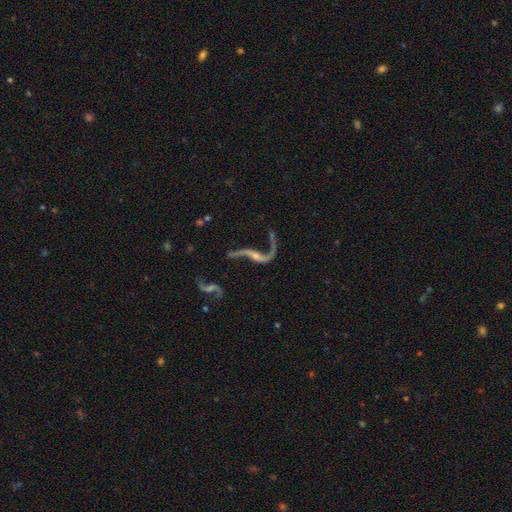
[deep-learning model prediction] Q: Smooth or featured?
A: featured or disk (87%); runner-up: star or artifact (8%)
Q: Edge-on disk?
A: no (90%); runner-up: yes (10%)
Q: Bar?
A: no (50%); runner-up: weak (28%)
Q: Spiral arms?
A: yes (94%); runner-up: no (6%)
Q: Spiral winding?
A: loose (93%); runner-up: medium (5%)
Q: Spiral arm count?
A: 2 (89%); runner-up: 1 (7%)
Q: Bulge size?
A: small (60%); runner-up: moderate (23%)
Q: Merging?
A: none (52%); runner-up: major disturbance (21%)